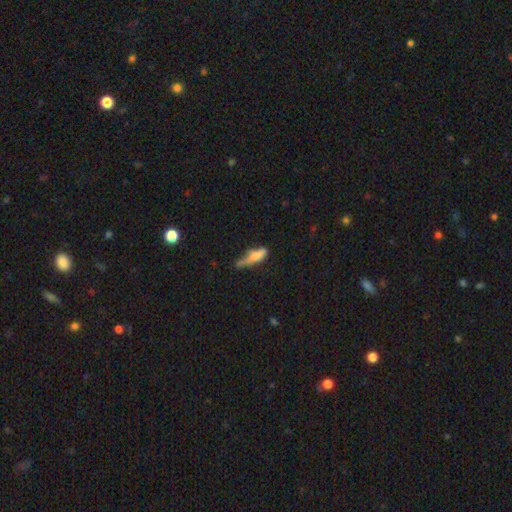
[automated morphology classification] Smooth or featured: smooth — 66% (featured or disk — 26%)
How rounded: cigar-shaped — 66% (in between — 31%)
Merging: minor disturbance — 37% (none — 34%)